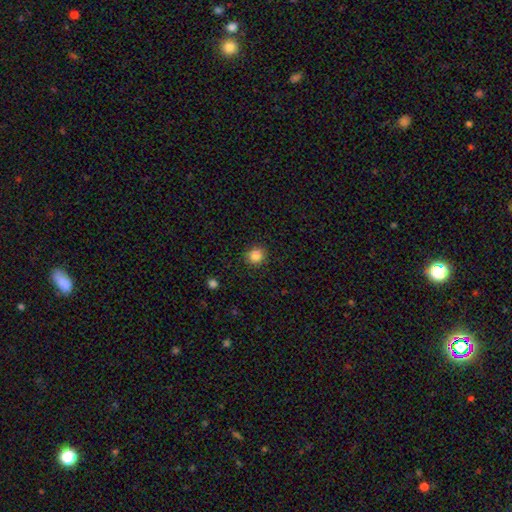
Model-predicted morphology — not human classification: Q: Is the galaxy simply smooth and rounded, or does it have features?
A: smooth — 85%.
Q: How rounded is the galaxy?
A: round — 87%.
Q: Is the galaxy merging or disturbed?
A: none — 90%.